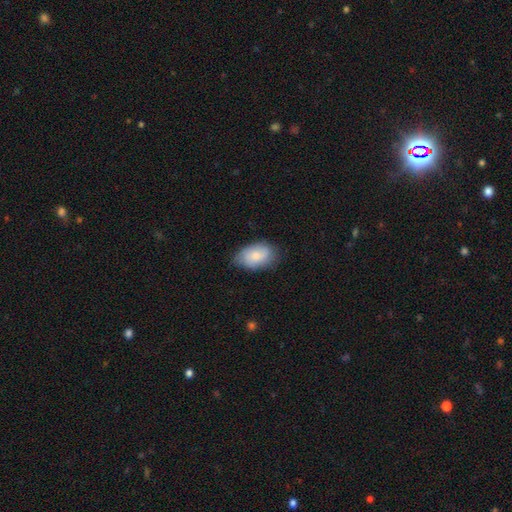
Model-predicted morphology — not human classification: Q: Smooth or featured?
A: smooth (77%); runner-up: featured or disk (17%)
Q: How rounded?
A: in between (92%); runner-up: round (7%)
Q: Merging?
A: none (70%); runner-up: minor disturbance (25%)